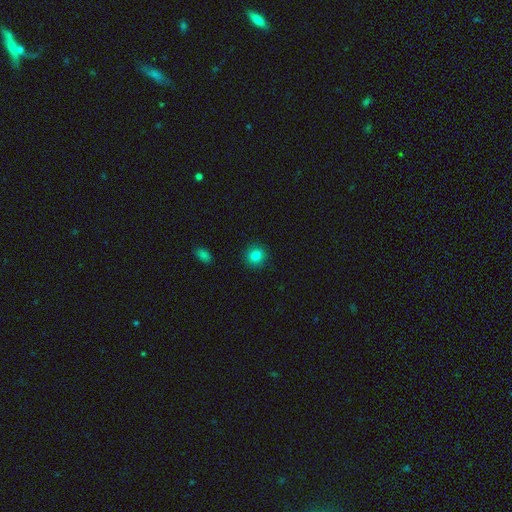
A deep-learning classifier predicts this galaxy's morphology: The model was most divided on "smooth or featured": smooth: 82%, star or artifact: 11%, featured or disk: 6%. More confident: merging — none (92%); how rounded — round (92%).